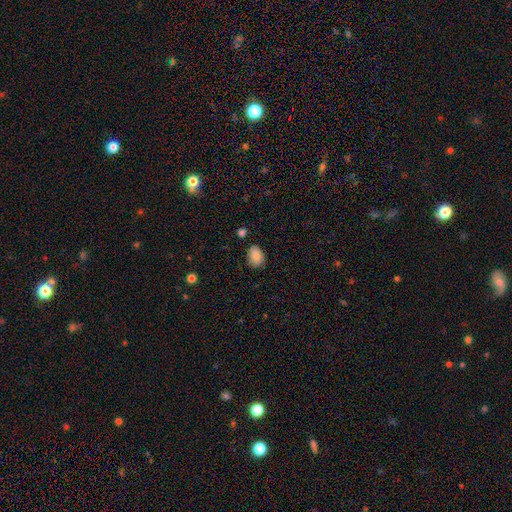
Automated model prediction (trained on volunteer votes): smooth 84%, star or artifact 8%, featured or disk 8%. Down the decision tree: how rounded — in between (78%); merging — none (74%).